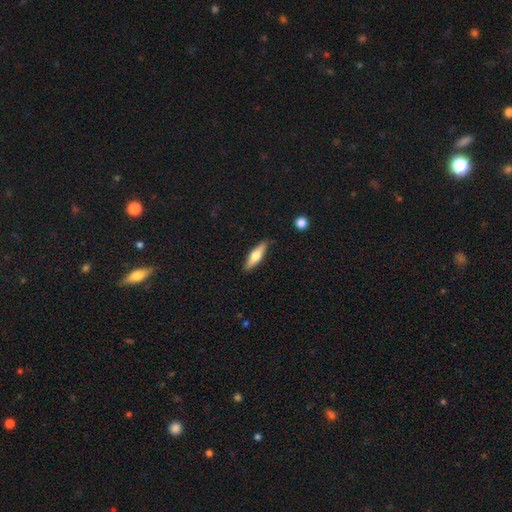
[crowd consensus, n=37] Smooth or featured: featured or disk — 51% (smooth — 46%)
Edge-on disk: yes — 95% (no — 5%)
Edge-on bulge: rounded — 100%
Merging: none — 89% (minor disturbance — 6%)